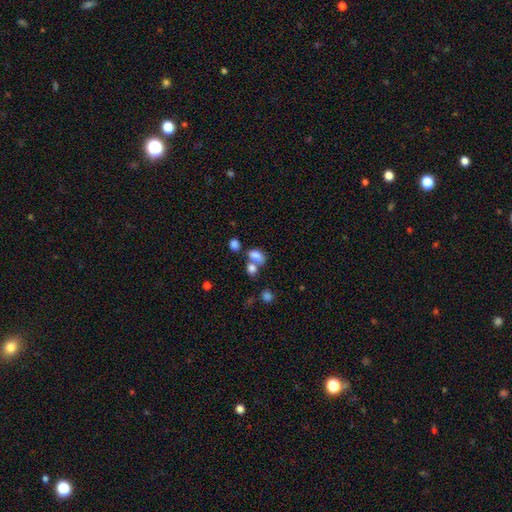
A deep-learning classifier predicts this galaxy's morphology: smooth 79%, star or artifact 11%, featured or disk 10%. Down the decision tree: how rounded — in between (83%); merging — none (42%).